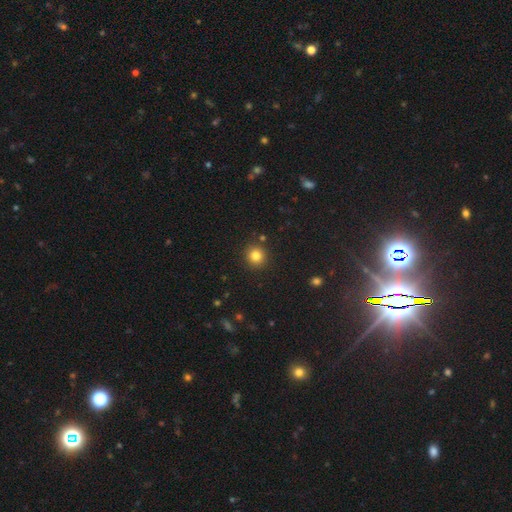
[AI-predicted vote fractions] A smooth galaxy with no disk features (82%) that is round (92%).

Vote fractions:
- Smooth or featured? smooth: 82% / star or artifact: 12% / featured or disk: 5%
- How rounded? round: 92% / in between: 7% / cigar-shaped: 1%
- Merging? none: 90% / minor disturbance: 6% / merger: 2% / major disturbance: 2%